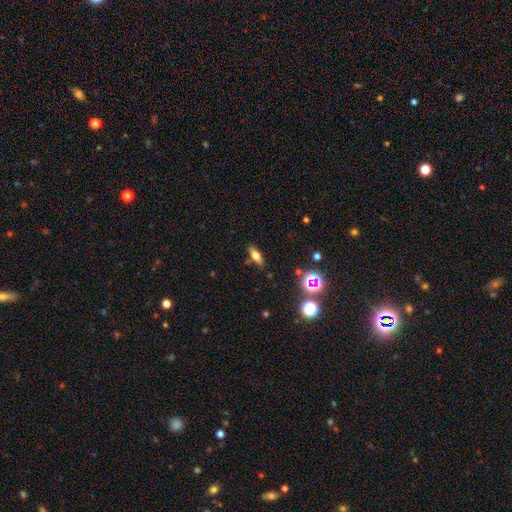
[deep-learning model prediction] Smooth or featured?
  - smooth: 56% *
  - featured or disk: 32%
  - star or artifact: 12%
How rounded?
  - in between: 57% *
  - cigar-shaped: 38%
  - round: 5%
Merging?
  - none: 82% *
  - minor disturbance: 11%
  - merger: 4%
  - major disturbance: 3%